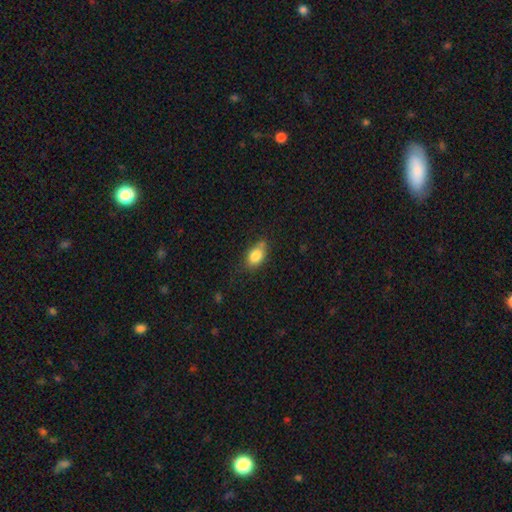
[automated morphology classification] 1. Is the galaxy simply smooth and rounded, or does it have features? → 83% smooth, 8% featured or disk, 8% star or artifact.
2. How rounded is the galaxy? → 82% in between, 15% round, 3% cigar-shaped.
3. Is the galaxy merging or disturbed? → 65% none, 24% minor disturbance, 6% merger, 6% major disturbance.